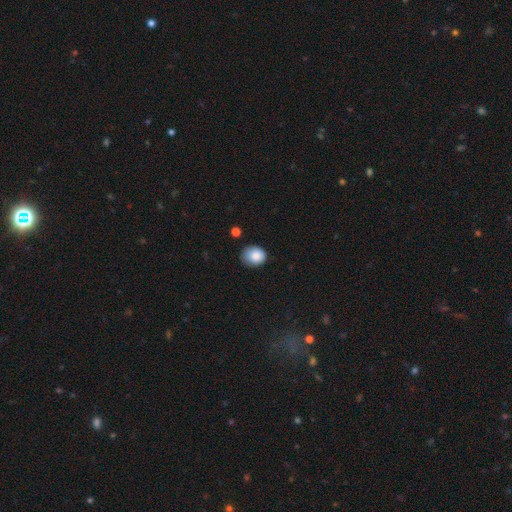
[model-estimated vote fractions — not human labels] Overall: smooth (85%). How rounded: round (64%; in between 35%). Merging: none (65%; minor disturbance 27%).